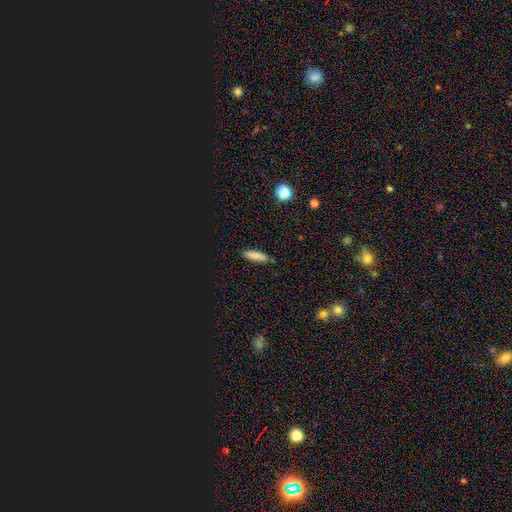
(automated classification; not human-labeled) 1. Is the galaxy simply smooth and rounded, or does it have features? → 80% smooth, 11% featured or disk, 10% star or artifact.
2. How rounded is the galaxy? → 72% cigar-shaped, 26% in between, 2% round.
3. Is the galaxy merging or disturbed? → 84% none, 12% minor disturbance, 2% major disturbance, 2% merger.